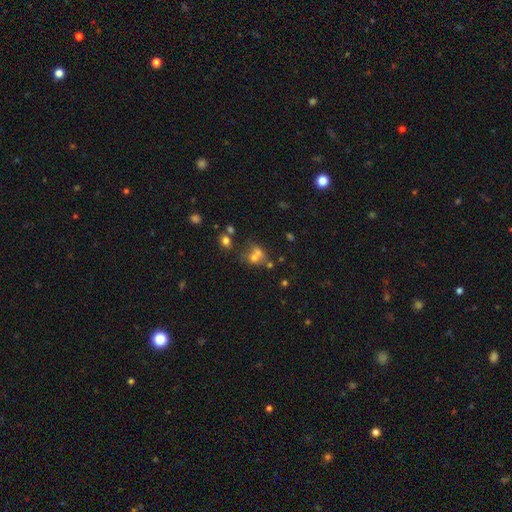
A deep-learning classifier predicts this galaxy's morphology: A smooth galaxy with no disk features (60%) that is round (62%). Merging: merger (54%).